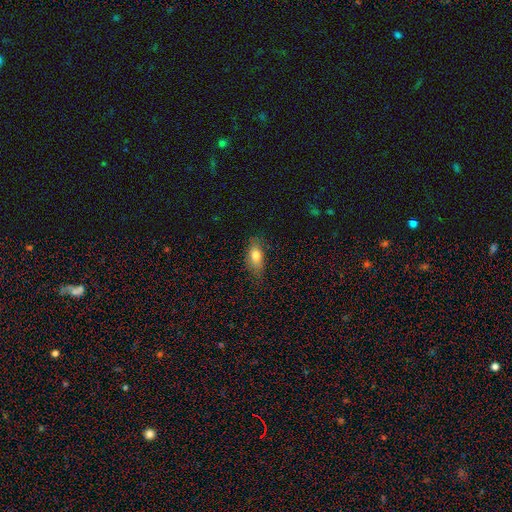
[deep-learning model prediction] smooth_or_featured: smooth (p=0.78) [alt: featured or disk p=0.14]
how_rounded: in between (p=0.84) [alt: cigar-shaped p=0.09]
merging: none (p=0.72) [alt: minor disturbance p=0.22]